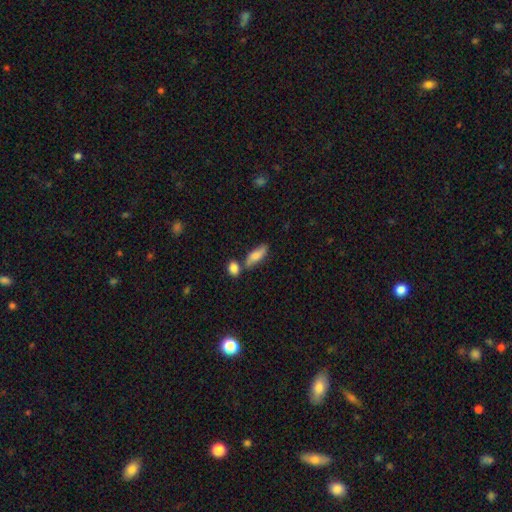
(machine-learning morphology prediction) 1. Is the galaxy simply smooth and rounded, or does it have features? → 75% smooth, 18% featured or disk, 7% star or artifact.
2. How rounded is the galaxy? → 69% in between, 27% cigar-shaped, 4% round.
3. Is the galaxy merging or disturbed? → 56% none, 22% merger, 17% minor disturbance, 5% major disturbance.